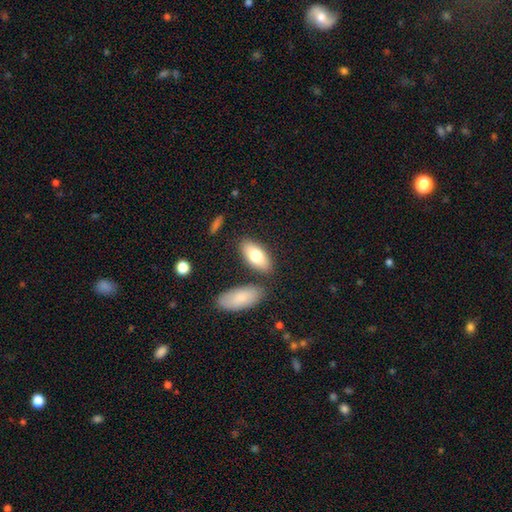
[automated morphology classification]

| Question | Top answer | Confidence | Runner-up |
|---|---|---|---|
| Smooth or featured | smooth | 75% | featured or disk (19%) |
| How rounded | in between | 88% | cigar-shaped (9%) |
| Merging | none | 78% | minor disturbance (10%) |